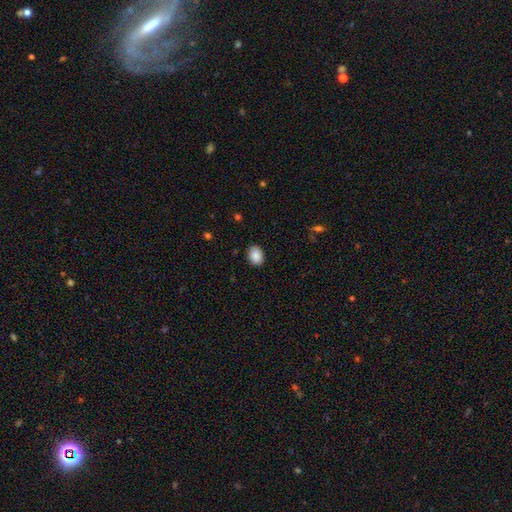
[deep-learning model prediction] A smooth galaxy with no disk features (89%) that is in between round and cigar-shaped (71%). Merging: none (87%).